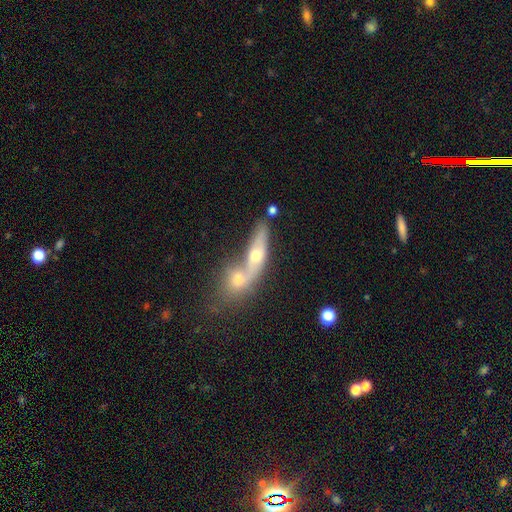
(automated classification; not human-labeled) Smooth or featured? featured or disk (42%, tied with smooth)
Merging? merger (71%)